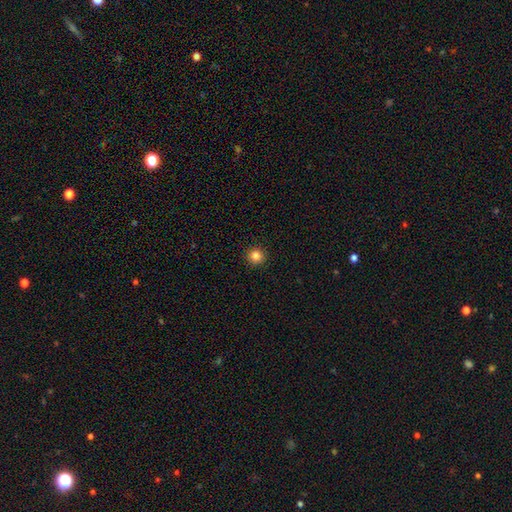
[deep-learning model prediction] Smooth or featured: smooth — 84% (star or artifact — 12%)
How rounded: round — 95% (in between — 4%)
Merging: none — 93% (minor disturbance — 4%)